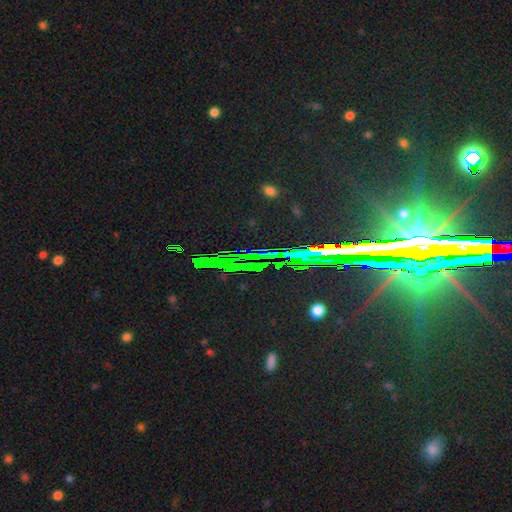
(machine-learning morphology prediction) Q: Smooth or featured?
A: star or artifact (83%); runner-up: featured or disk (10%)